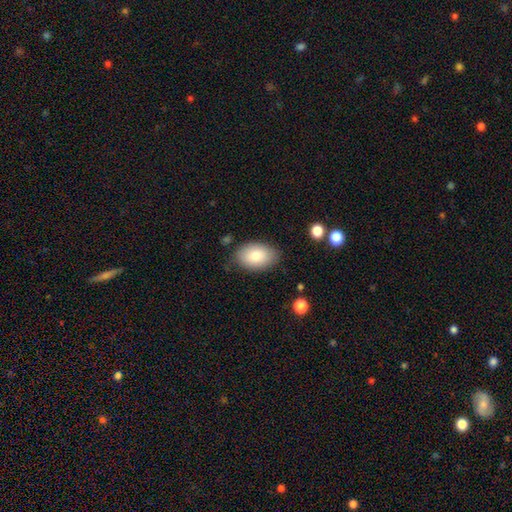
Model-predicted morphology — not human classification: The model was most divided on "merging": none: 79%, minor disturbance: 16%, major disturbance: 3%, merger: 2%. More confident: how rounded — in between (90%); smooth or featured — smooth (80%).